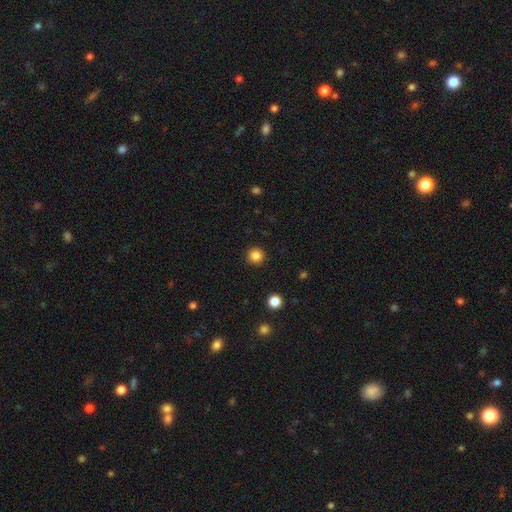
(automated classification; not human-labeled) smooth_or_featured: smooth (p=0.84) [alt: star or artifact p=0.12]
how_rounded: round (p=0.96) [alt: in between p=0.03]
merging: none (p=0.92) [alt: minor disturbance p=0.05]